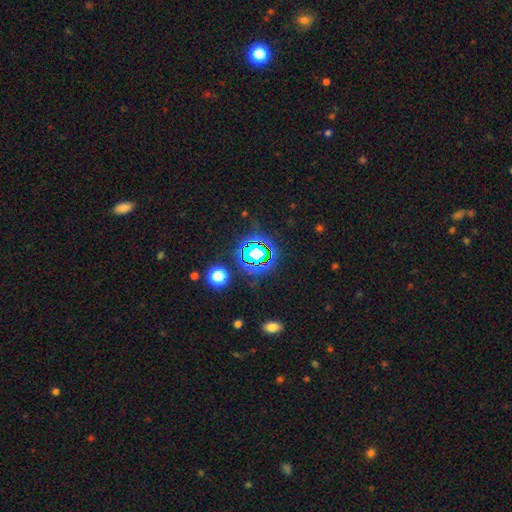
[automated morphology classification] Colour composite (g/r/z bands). It shows a star or artifact, not a galaxy (70%).